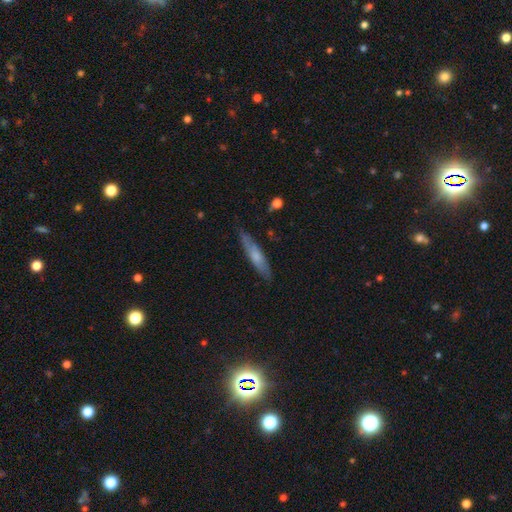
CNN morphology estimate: A smooth galaxy with no disk features (58%) that is cigar-shaped (83%). Merging: none (80%).